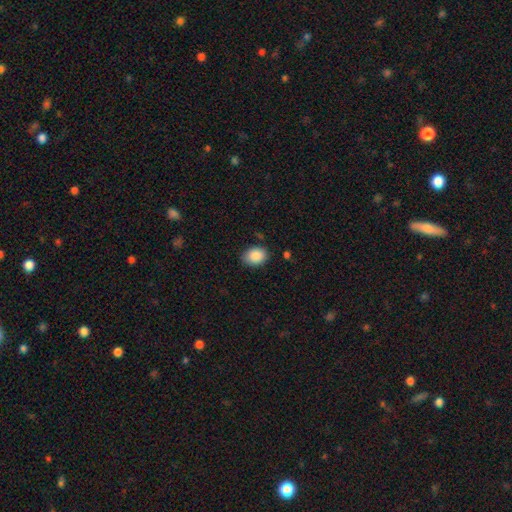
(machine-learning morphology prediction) Q: Smooth or featured?
A: smooth (89%); runner-up: star or artifact (8%)
Q: How rounded?
A: in between (68%); runner-up: round (31%)
Q: Merging?
A: none (81%); runner-up: minor disturbance (14%)